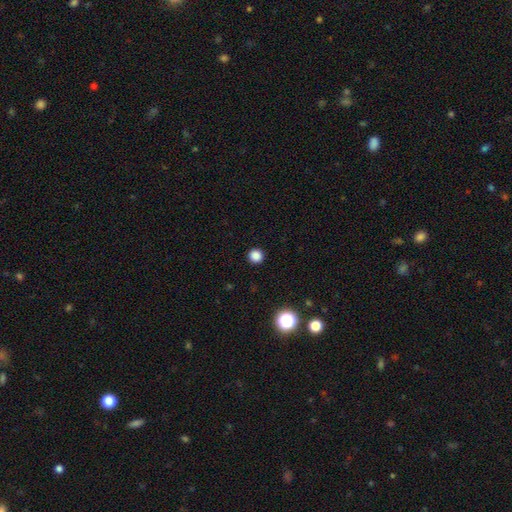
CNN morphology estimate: smooth_or_featured: smooth (p=0.84) [alt: star or artifact p=0.13]
how_rounded: round (p=0.94) [alt: in between p=0.05]
merging: none (p=0.92) [alt: minor disturbance p=0.05]